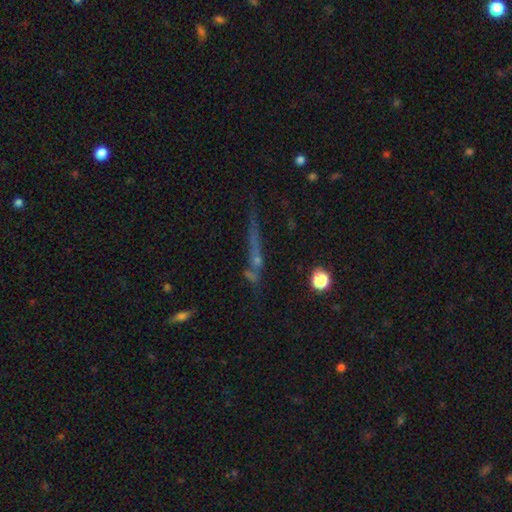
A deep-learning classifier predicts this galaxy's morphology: A featured or disk galaxy (45%).

Vote fractions:
- Smooth or featured? featured or disk: 45% / smooth: 30% / star or artifact: 25%
- Merging? none: 67% / minor disturbance: 14% / merger: 12% / major disturbance: 8%